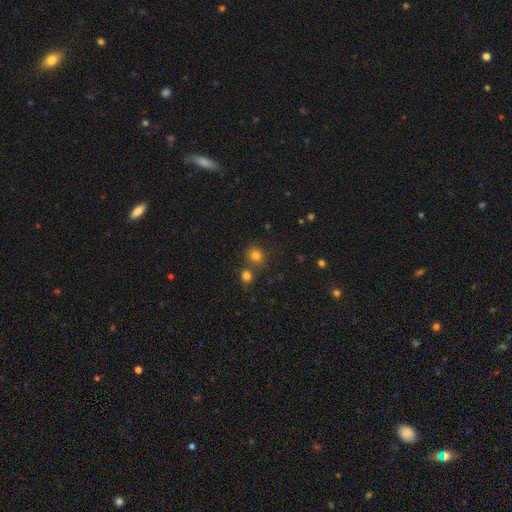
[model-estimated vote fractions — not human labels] Overall: smooth (78%). How rounded: round (79%). Merging: none (69%).